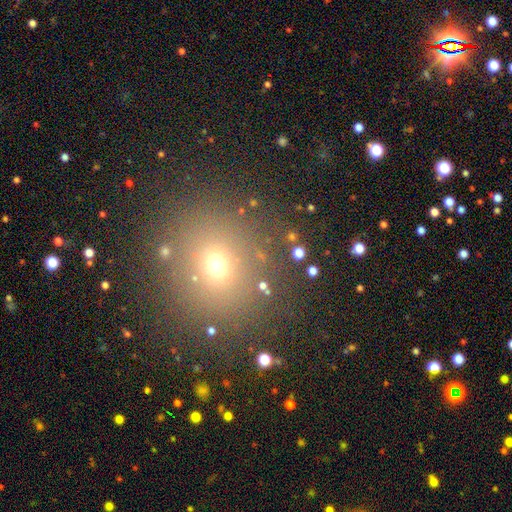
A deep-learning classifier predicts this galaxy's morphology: Overall: smooth (55%; star or artifact 36%). How rounded: round (82%). Merging: none (86%).